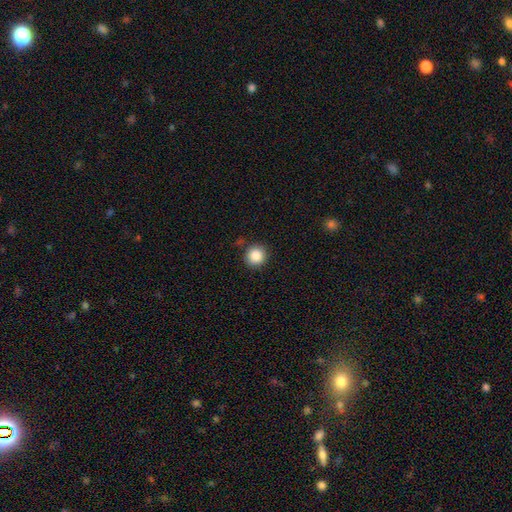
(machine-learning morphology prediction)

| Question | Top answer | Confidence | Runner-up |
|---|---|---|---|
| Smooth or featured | smooth | 87% | star or artifact (9%) |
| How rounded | round | 93% | in between (6%) |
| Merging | none | 86% | minor disturbance (9%) |